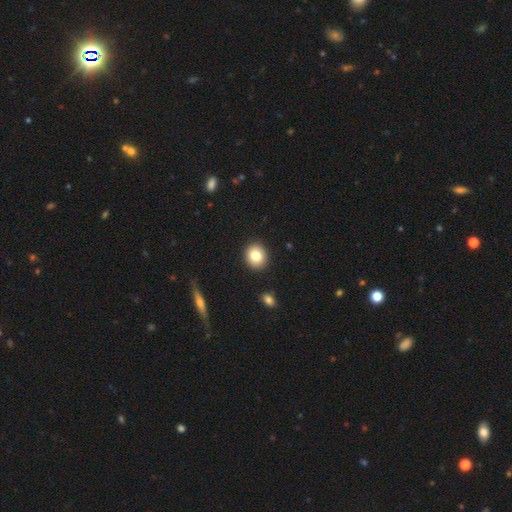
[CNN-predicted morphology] type=smooth (81%); roundness=round (76%); merging=none (90%).